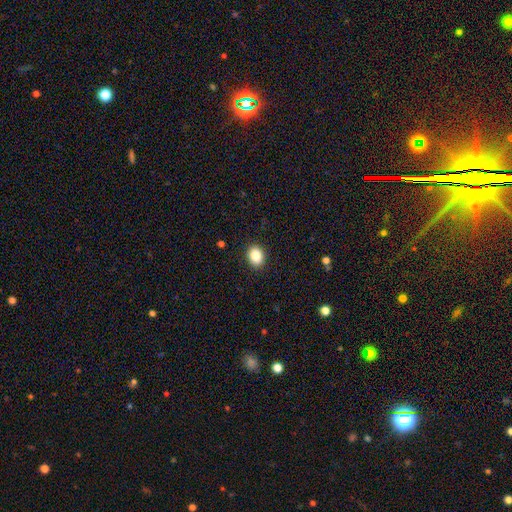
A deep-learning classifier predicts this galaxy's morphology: Overall: smooth (87%). How rounded: in between (57%; round 42%). Merging: none (90%).